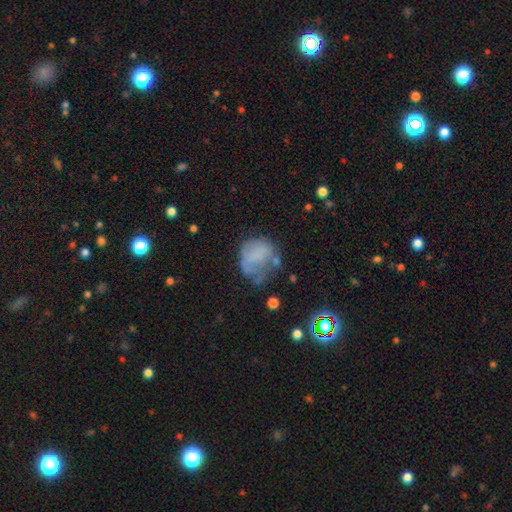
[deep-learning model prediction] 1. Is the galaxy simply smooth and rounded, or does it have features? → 53% smooth, 35% featured or disk, 13% star or artifact.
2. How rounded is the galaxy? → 63% round, 36% in between, 1% cigar-shaped.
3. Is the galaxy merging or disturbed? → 33% major disturbance (tied), 33% none (tied), 28% minor disturbance, 6% merger.